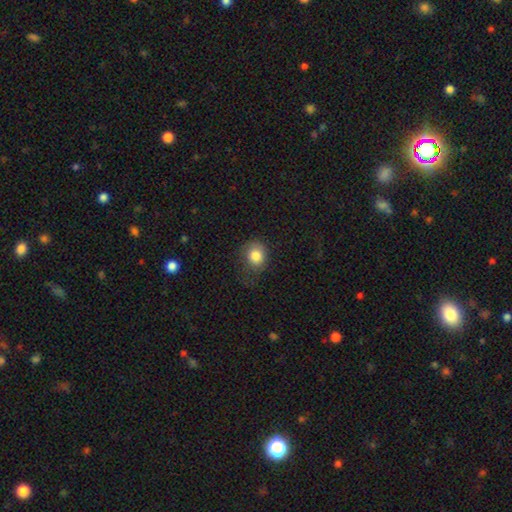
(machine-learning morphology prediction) A smooth galaxy with no disk features (83%) that is round (65%). Merging: none (60%).